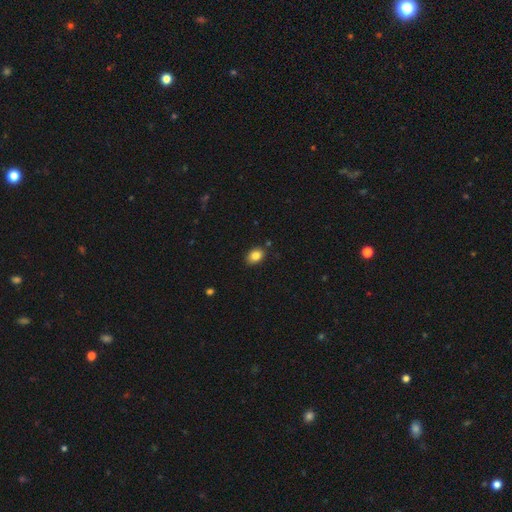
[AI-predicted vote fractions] smooth_or_featured: smooth (p=0.84) [alt: star or artifact p=0.09]
how_rounded: in between (p=0.74) [alt: round p=0.25]
merging: none (p=0.86) [alt: minor disturbance p=0.10]